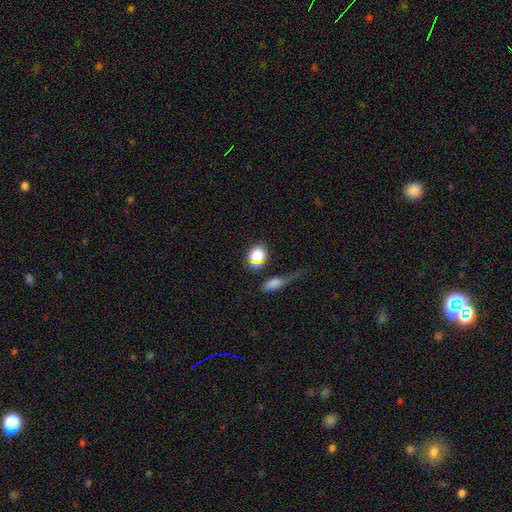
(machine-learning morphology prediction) type=smooth (76%); roundness=round (66%); merging=none (67%).